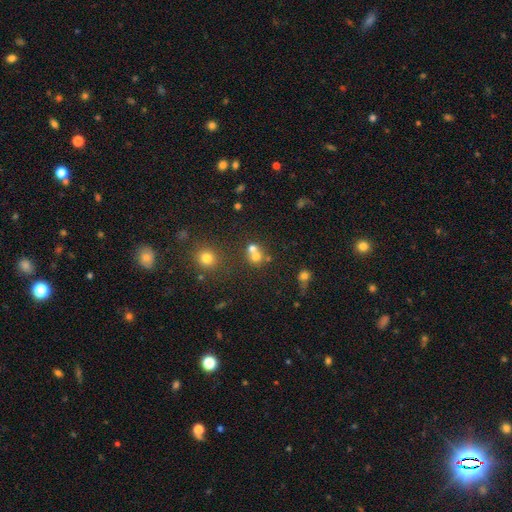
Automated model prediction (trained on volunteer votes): Overall: smooth (66%). How rounded: round (80%). Merging: merger (50%; none 39%).